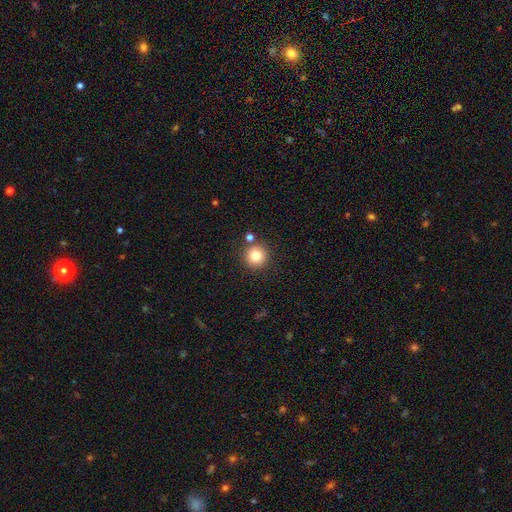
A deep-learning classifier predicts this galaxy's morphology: smooth-or-featured: smooth: 82% | star or artifact: 11% | featured or disk: 7%
  how-rounded: round: 95% | in between: 4% | cigar-shaped: 1%
  merging: none: 83% | merger: 8% | minor disturbance: 7% | major disturbance: 2%